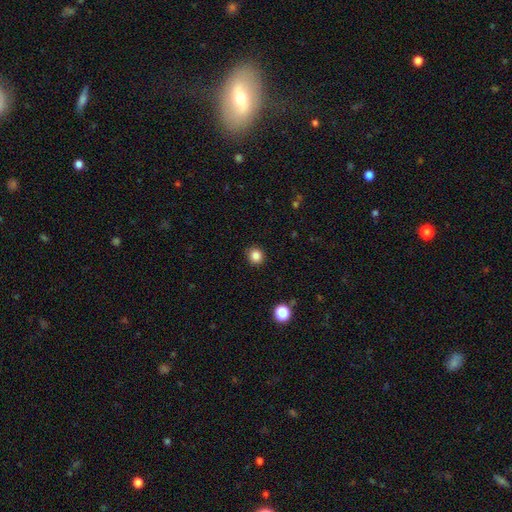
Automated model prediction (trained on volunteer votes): Smooth or featured?
  - smooth: 84% *
  - star or artifact: 11%
  - featured or disk: 4%
How rounded?
  - round: 91% *
  - in between: 8%
  - cigar-shaped: 1%
Merging?
  - none: 92% *
  - minor disturbance: 6%
  - major disturbance: 2%
  - merger: 1%